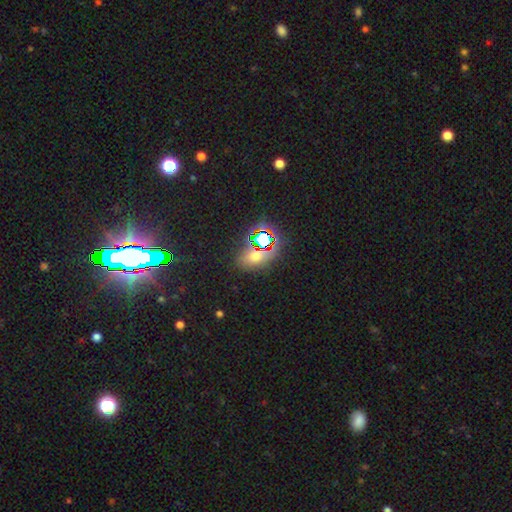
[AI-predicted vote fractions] This appears to be a smooth galaxy with no disk features (47%). Merging: none (72%).